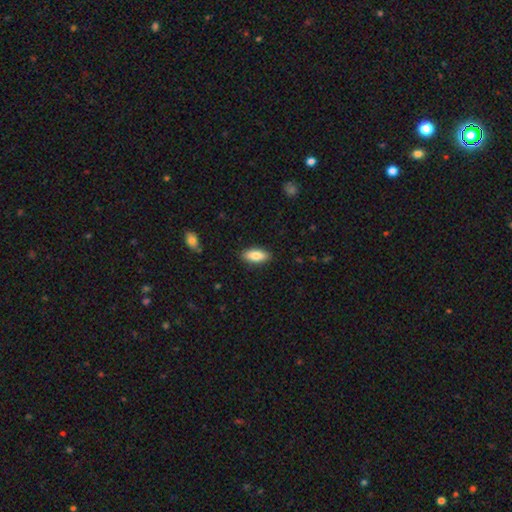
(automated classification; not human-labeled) Smooth or featured?
  - smooth: 86% *
  - featured or disk: 8%
  - star or artifact: 6%
How rounded?
  - in between: 86% *
  - cigar-shaped: 12%
  - round: 2%
Merging?
  - none: 88% *
  - minor disturbance: 9%
  - major disturbance: 2%
  - merger: 1%